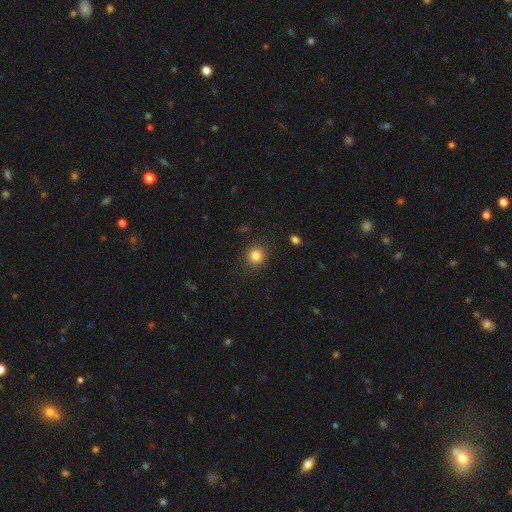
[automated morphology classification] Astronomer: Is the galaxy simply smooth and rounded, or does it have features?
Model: smooth — 83%.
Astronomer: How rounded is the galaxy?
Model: round — 88%.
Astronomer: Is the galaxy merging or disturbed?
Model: none — 88%.